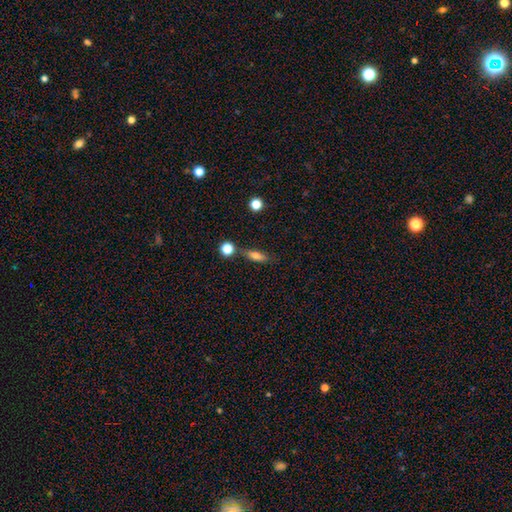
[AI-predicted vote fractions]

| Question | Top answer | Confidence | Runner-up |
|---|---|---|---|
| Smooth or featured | smooth | 73% | featured or disk (17%) |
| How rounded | in between | 55% | cigar-shaped (38%) |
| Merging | none | 70% | minor disturbance (15%) |